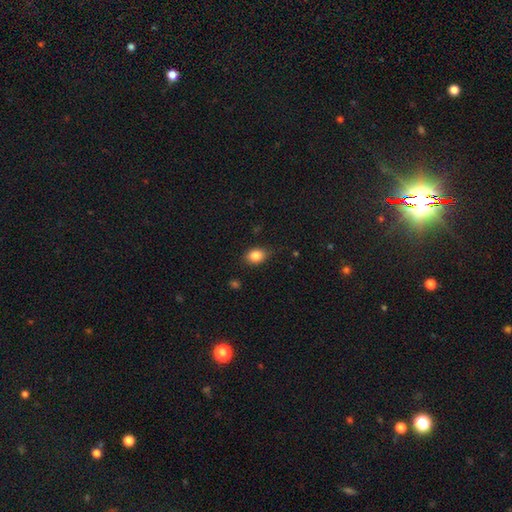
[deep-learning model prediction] This is clearly a smooth galaxy (84%). How rounded: likely in between (63%). Merging: clearly none (80%).